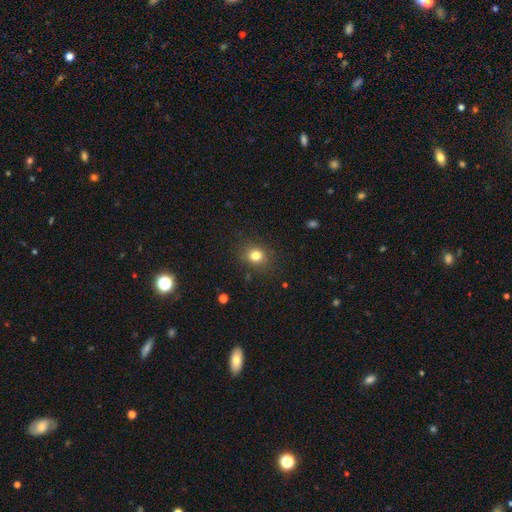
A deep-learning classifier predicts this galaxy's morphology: This appears to be a smooth galaxy with no disk features (80%) that is round (66%). Merging: none (86%).